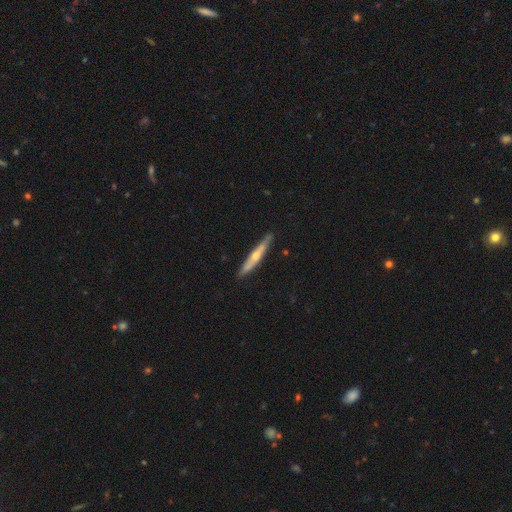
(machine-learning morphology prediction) smooth-or-featured: featured or disk: 60% | smooth: 34% | star or artifact: 5%
  disk-edge-on: yes: 93% | no: 7%
    edge-on-bulge: rounded: 82% | none: 15% | boxy: 3%
  merging: none: 89% | minor disturbance: 9% | major disturbance: 1% | merger: 1%